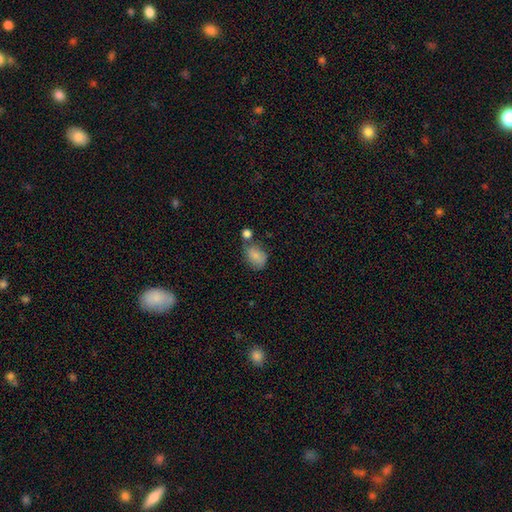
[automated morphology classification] type=smooth (82%); roundness=in between (77%); merging=none (48%).